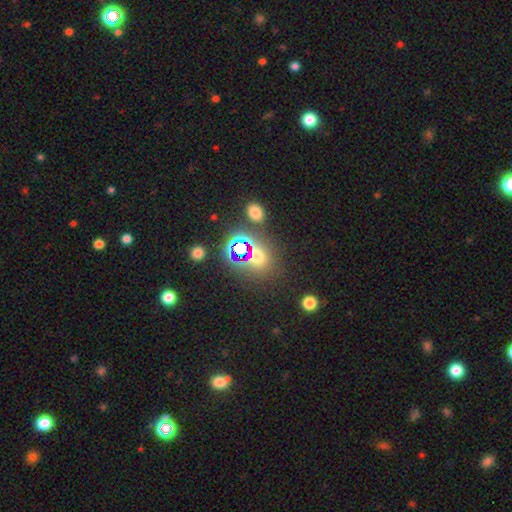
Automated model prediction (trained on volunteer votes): A star or artifact, not a galaxy (46%).